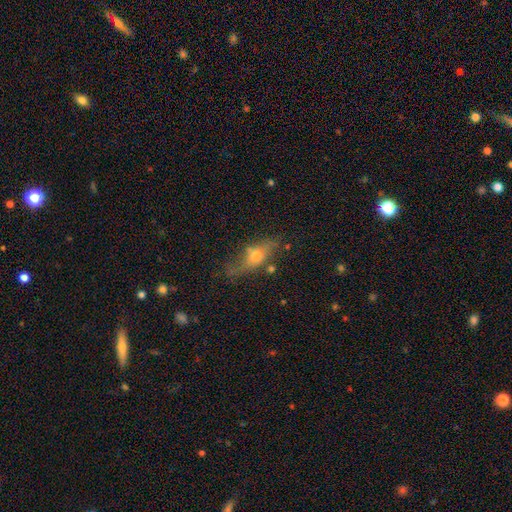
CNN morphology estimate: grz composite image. It shows a featured or disk galaxy (51%) viewed edge-on (53%). Merging: none (62%).